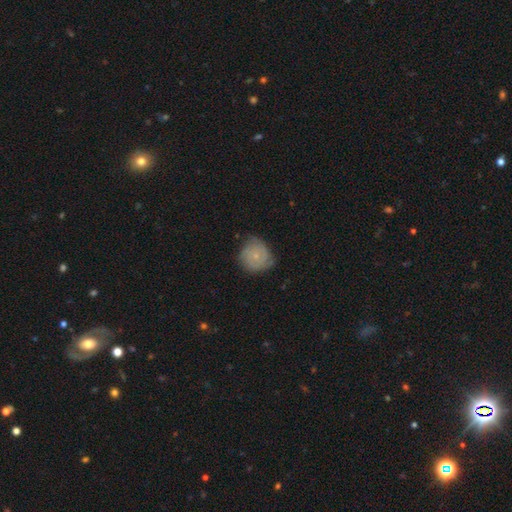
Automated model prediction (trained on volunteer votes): The model was most divided on "smooth or featured": featured or disk: 51%, smooth: 42%, star or artifact: 8%. More confident: edge-on disk — no (97%); merging — none (64%).